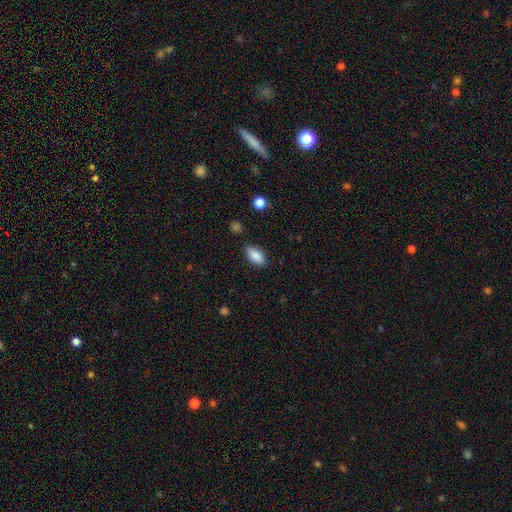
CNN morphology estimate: smooth 88%, star or artifact 7%, featured or disk 5%. Down the decision tree: how rounded — in between (92%); merging — none (84%).